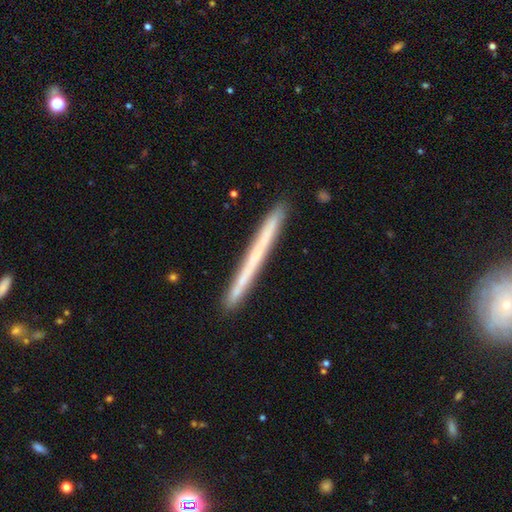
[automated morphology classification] smooth-or-featured: smooth: 49% | featured or disk: 45% | star or artifact: 6%
  merging: none: 91% | minor disturbance: 7% | merger: 1% | major disturbance: 1%